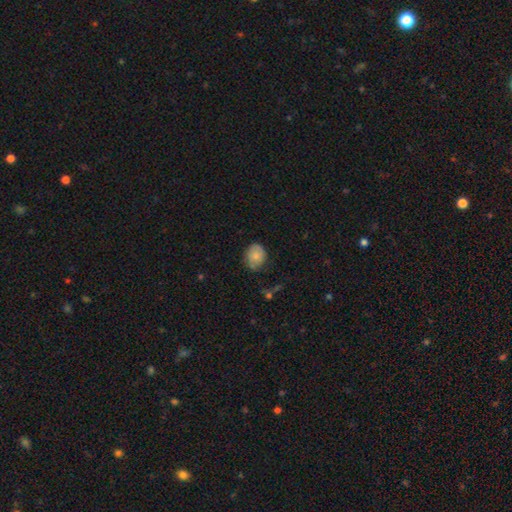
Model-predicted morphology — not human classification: The model was most divided on "how rounded": round: 52%, in between: 47%, cigar-shaped: 1%. More confident: smooth or featured — smooth (79%); merging — none (67%).